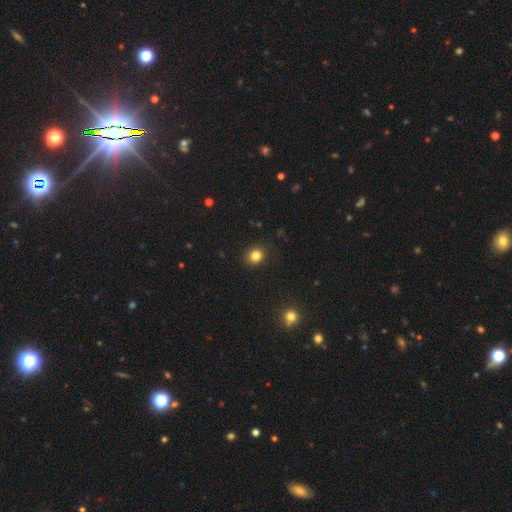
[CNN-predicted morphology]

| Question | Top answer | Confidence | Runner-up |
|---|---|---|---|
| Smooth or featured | smooth | 82% | star or artifact (13%) |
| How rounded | round | 76% | in between (23%) |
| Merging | none | 89% | minor disturbance (8%) |